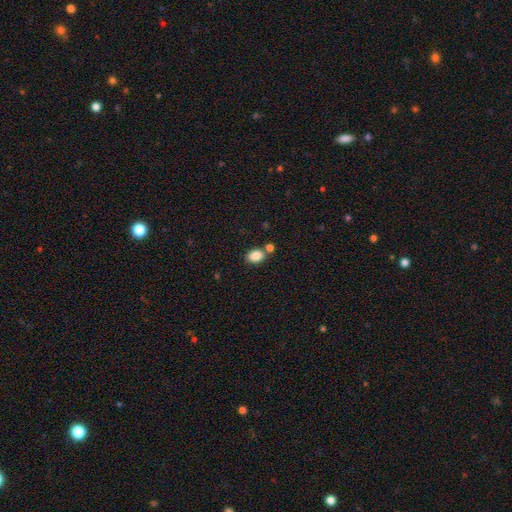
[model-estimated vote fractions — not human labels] smooth_or_featured: smooth (p=0.86) [alt: star or artifact p=0.09]
how_rounded: in between (p=0.77) [alt: round p=0.22]
merging: none (p=0.69) [alt: merger p=0.18]